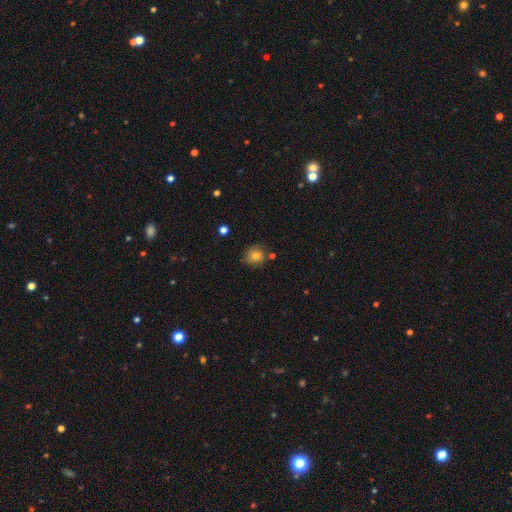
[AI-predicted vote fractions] This is likely a smooth galaxy (74%). How rounded: clearly round (83%). Merging: likely none (77%).